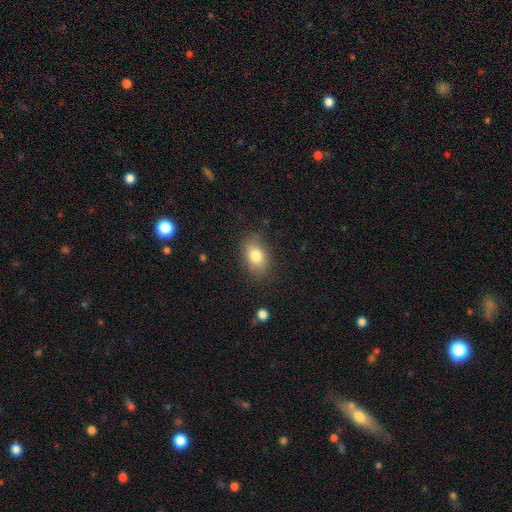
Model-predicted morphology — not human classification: This appears to be a smooth galaxy with no disk features (80%) that is in between round and cigar-shaped (83%). Merging: none (79%).